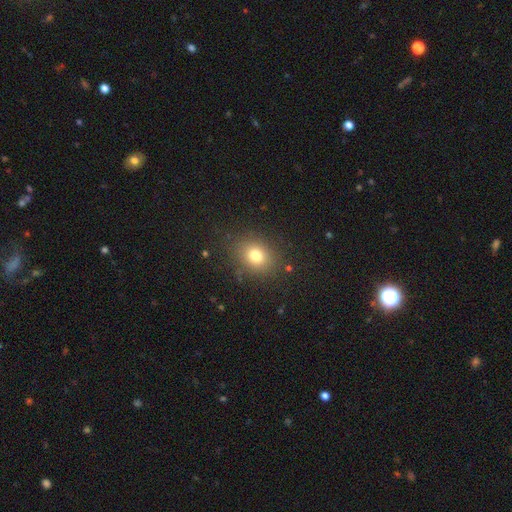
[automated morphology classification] This appears to be a smooth galaxy with no disk features (77%) that is round (57%). Merging: none (85%).